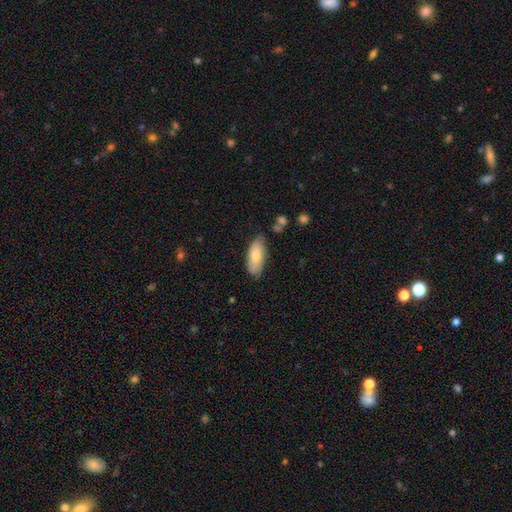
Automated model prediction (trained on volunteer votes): Q: Smooth or featured?
A: smooth (77%); runner-up: featured or disk (17%)
Q: How rounded?
A: in between (83%); runner-up: cigar-shaped (15%)
Q: Merging?
A: none (75%); runner-up: minor disturbance (19%)